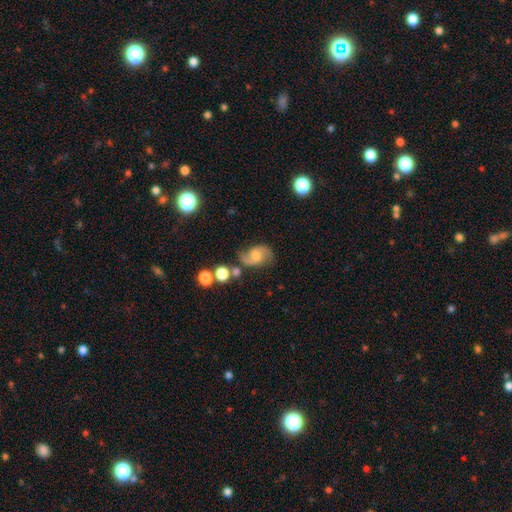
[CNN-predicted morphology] This appears to be a featured or disk galaxy (71%) with no bar (58%), 2 (89%) loose (51%) spiral arms (93%) and a moderate central bulge (50%). Merging: none (61%).